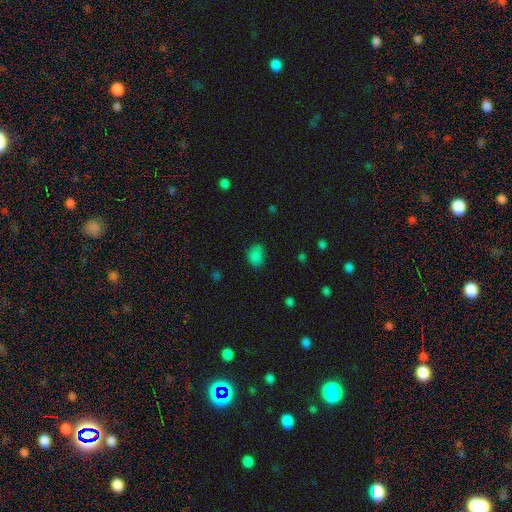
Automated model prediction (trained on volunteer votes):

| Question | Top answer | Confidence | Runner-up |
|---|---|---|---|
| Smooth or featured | smooth | 82% | star or artifact (14%) |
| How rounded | in between | 64% | round (35%) |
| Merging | none | 71% | minor disturbance (22%) |